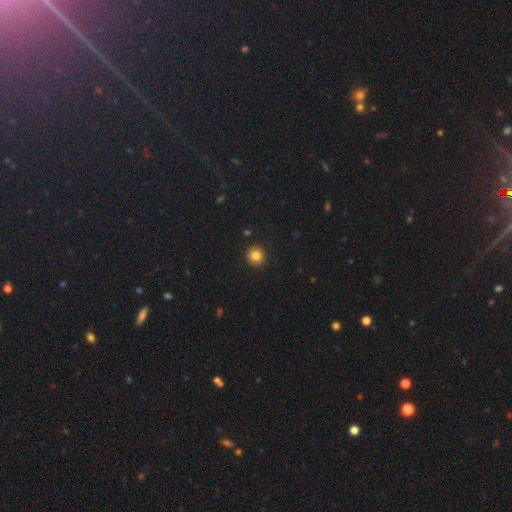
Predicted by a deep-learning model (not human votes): smooth-or-featured: smooth: 83% | star or artifact: 11% | featured or disk: 6%
  how-rounded: round: 92% | in between: 8% | cigar-shaped: 1%
  merging: none: 92% | minor disturbance: 5% | major disturbance: 2% | merger: 1%